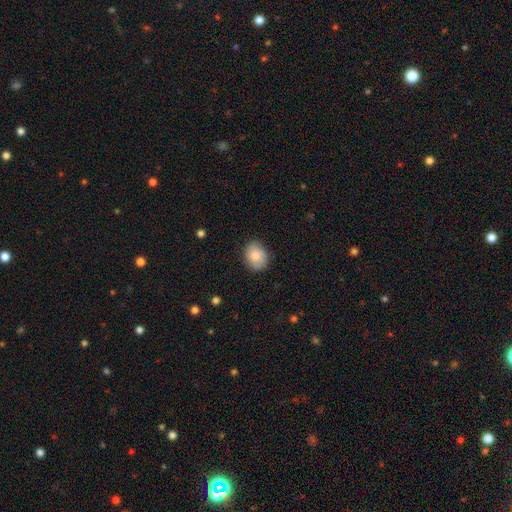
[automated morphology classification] Smooth or featured? Predicted: smooth (p=0.77). How rounded? Predicted: round (p=0.56). Merging? Predicted: none (p=0.81).